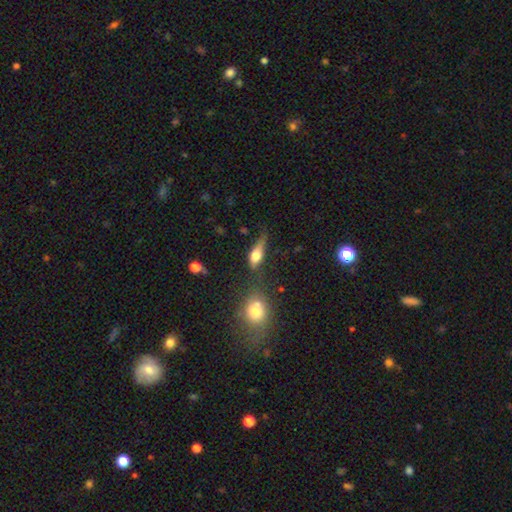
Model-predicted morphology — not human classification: smooth_or_featured: smooth (p=0.58) [alt: featured or disk p=0.32]
how_rounded: in between (p=0.59) [alt: cigar-shaped p=0.33]
merging: none (p=0.43) [alt: minor disturbance p=0.28]